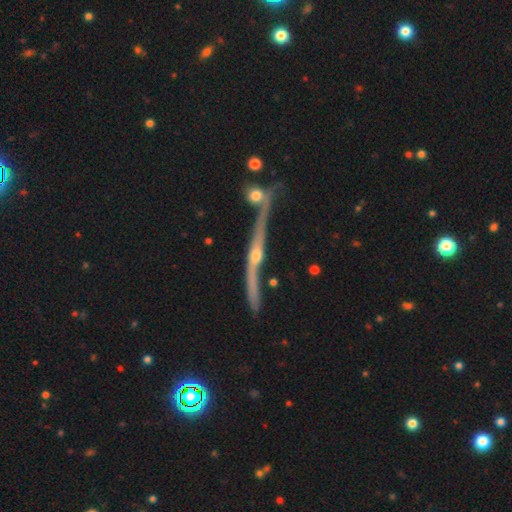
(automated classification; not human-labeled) featured or disk 82%, smooth 11%, star or artifact 7%. Down the decision tree: edge-on disk — yes (92%); edge-on bulge — rounded (88%); merging — none (59%).